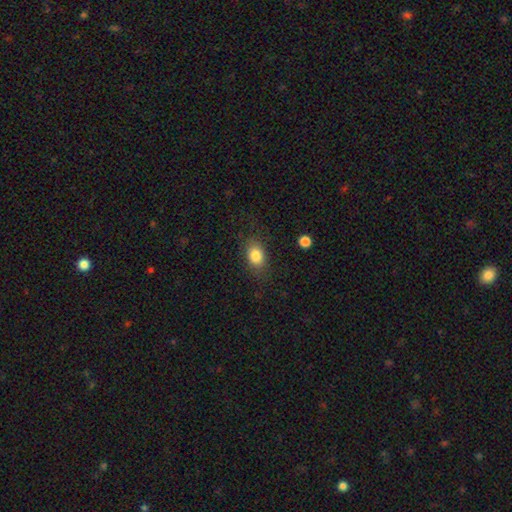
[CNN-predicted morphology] Smooth or featured? smooth (83%)
How rounded? in between (75%)
Merging? none (78%)